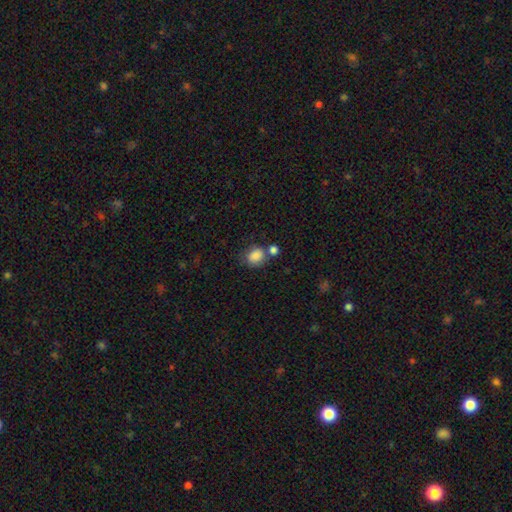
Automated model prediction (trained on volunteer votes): The model was most divided on "how rounded": round: 57%, in between: 42%, cigar-shaped: 1%. More confident: smooth or featured — smooth (85%); merging — none (52%).